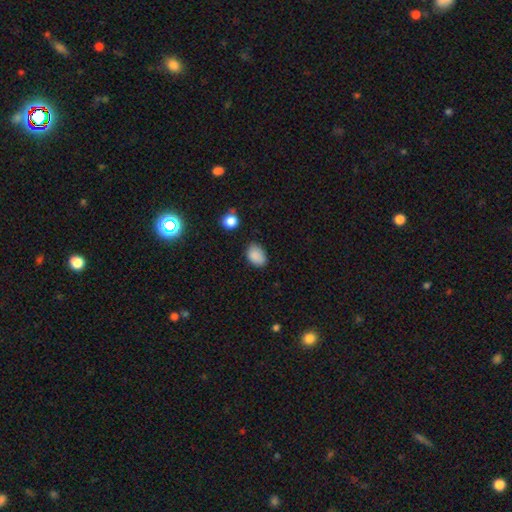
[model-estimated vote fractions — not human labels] The model was most divided on "merging": none: 77%, minor disturbance: 17%, major disturbance: 3%, merger: 2%. More confident: smooth or featured — smooth (87%); how rounded — in between (79%).